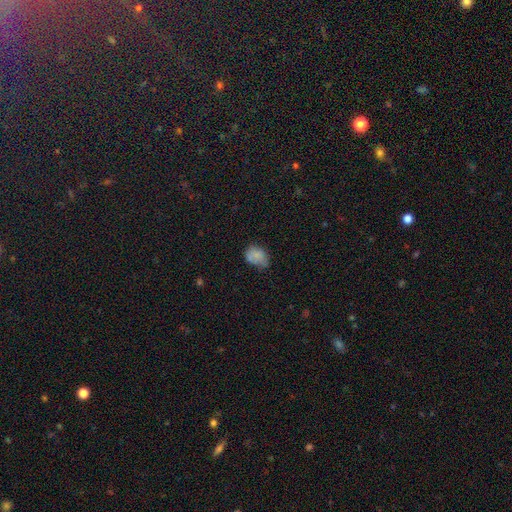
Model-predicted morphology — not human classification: Smooth or featured?
  - smooth: 74% *
  - featured or disk: 15%
  - star or artifact: 11%
How rounded?
  - in between: 75% *
  - round: 23%
  - cigar-shaped: 1%
Merging?
  - none: 44% *
  - minor disturbance: 35%
  - major disturbance: 13%
  - merger: 8%